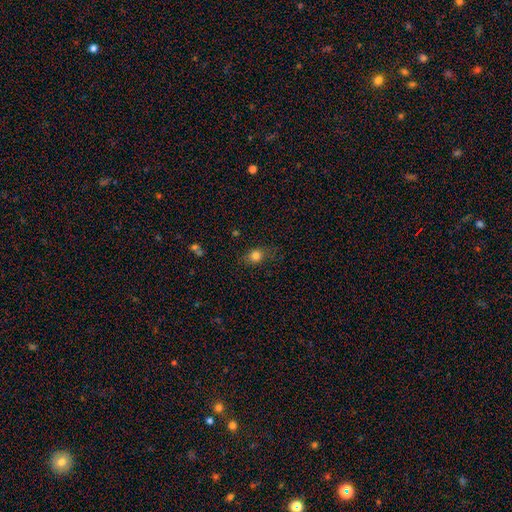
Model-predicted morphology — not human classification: A smooth galaxy with no disk features (80%) that is round (57%). Merging: none (74%).